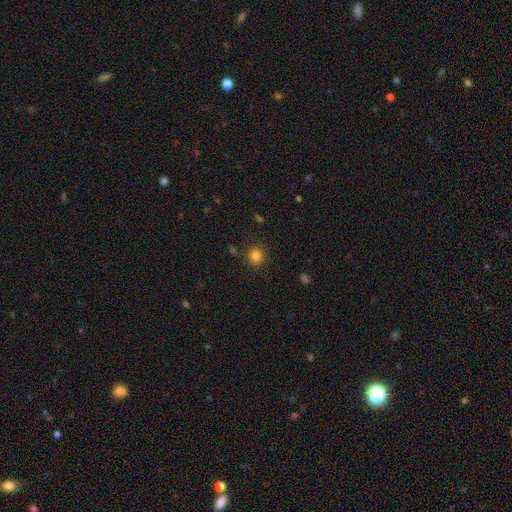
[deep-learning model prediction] Smooth or featured: smooth — 81% (star or artifact — 13%)
How rounded: round — 88% (in between — 11%)
Merging: none — 87% (minor disturbance — 8%)